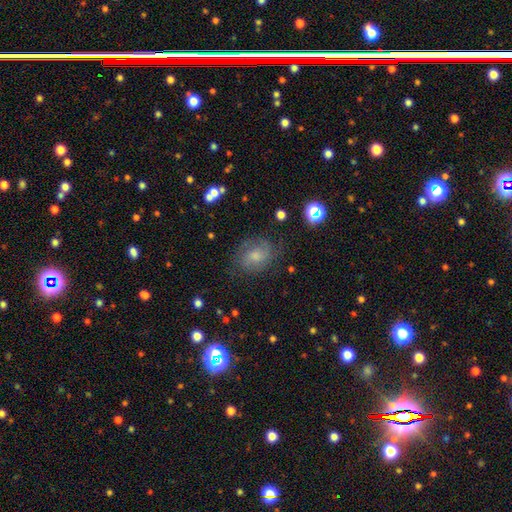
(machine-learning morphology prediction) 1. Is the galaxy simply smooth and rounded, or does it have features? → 55% featured or disk, 25% smooth, 20% star or artifact.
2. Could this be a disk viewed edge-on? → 96% no, 4% yes.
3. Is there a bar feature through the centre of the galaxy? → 57% no, 37% weak, 6% strong.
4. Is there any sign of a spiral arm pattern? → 89% yes, 11% no.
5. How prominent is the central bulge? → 43% moderate, 41% small, 8% none, 6% large, 2% dominant.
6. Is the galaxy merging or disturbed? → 77% none, 15% minor disturbance, 7% major disturbance, 2% merger.